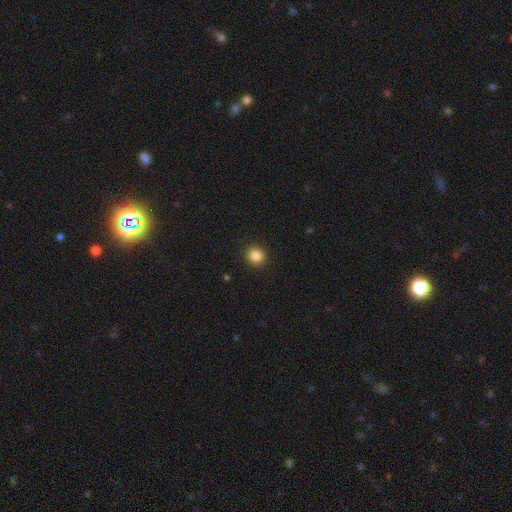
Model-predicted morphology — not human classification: type=smooth (86%); roundness=round (93%); merging=none (93%).